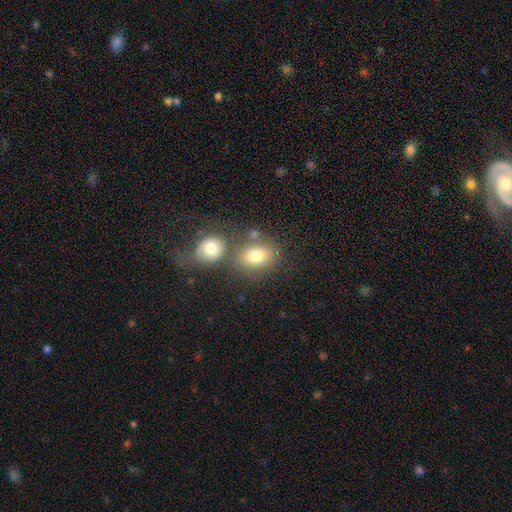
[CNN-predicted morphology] smooth-or-featured: smooth: 77% | featured or disk: 12% | star or artifact: 11%
  how-rounded: in between: 63% | round: 36% | cigar-shaped: 1%
  merging: none: 57% | merger: 24% | minor disturbance: 13% | major disturbance: 6%